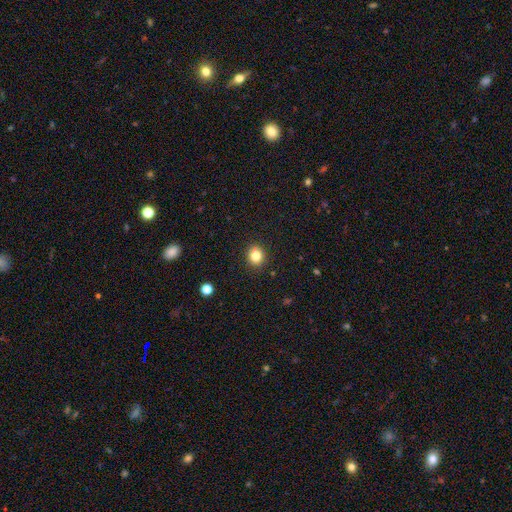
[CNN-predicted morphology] The model was most divided on "how rounded": round: 77%, in between: 22%, cigar-shaped: 1%. More confident: merging — none (89%); smooth or featured — smooth (83%).